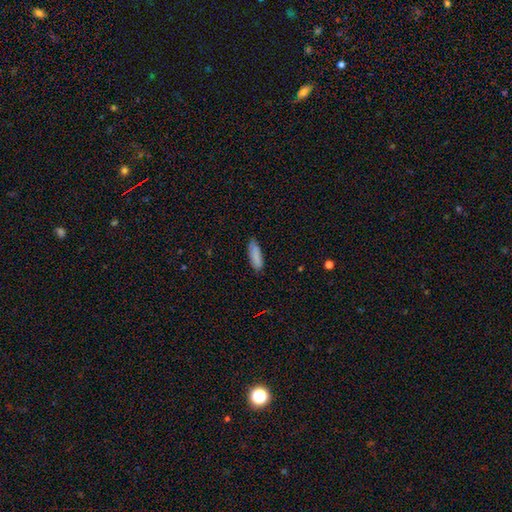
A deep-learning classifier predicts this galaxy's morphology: Q: Smooth or featured?
A: smooth (86%); runner-up: featured or disk (7%)
Q: How rounded?
A: in between (56%); runner-up: cigar-shaped (42%)
Q: Merging?
A: none (78%); runner-up: minor disturbance (18%)